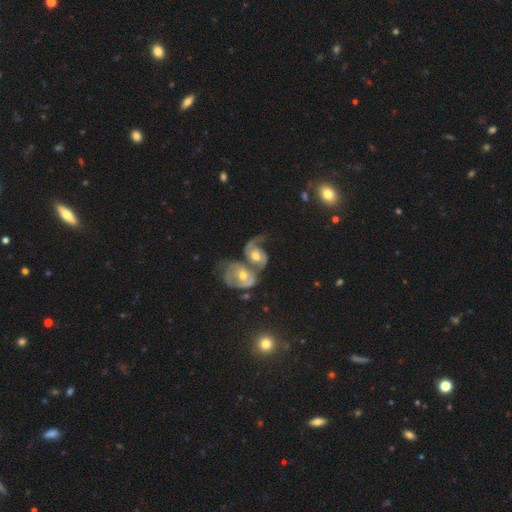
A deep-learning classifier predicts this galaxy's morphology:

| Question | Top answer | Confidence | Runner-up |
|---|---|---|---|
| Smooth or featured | featured or disk | 80% | smooth (14%) |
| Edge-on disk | no | 97% | yes (3%) |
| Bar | no | 64% | weak (29%) |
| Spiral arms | yes | 92% | no (8%) |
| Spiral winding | medium | 45% | loose (31%) |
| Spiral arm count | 2 | 67% | 1 (19%) |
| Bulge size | moderate | 69% | small (14%) |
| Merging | merger | 77% | none (10%) |